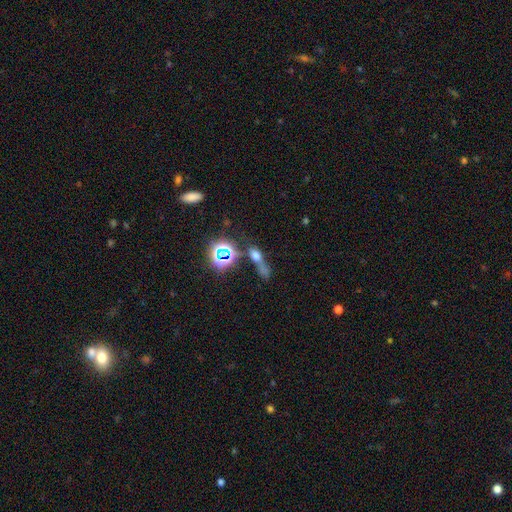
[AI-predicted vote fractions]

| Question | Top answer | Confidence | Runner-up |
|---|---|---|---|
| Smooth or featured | smooth | 47% | star or artifact (35%) |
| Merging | none | 36% | merger (32%) |